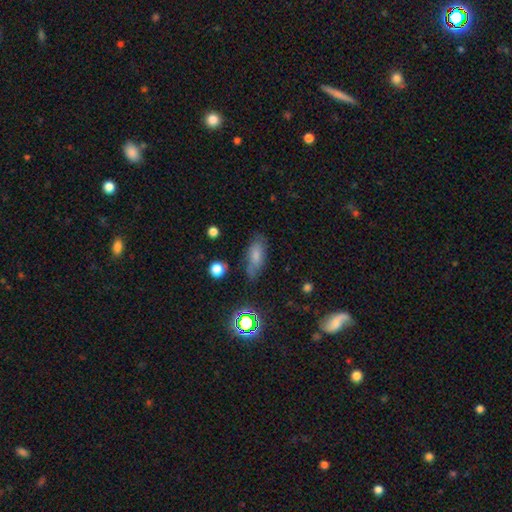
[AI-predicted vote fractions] Smooth or featured? smooth (68%)
How rounded? in between (76%)
Merging? none (68%)